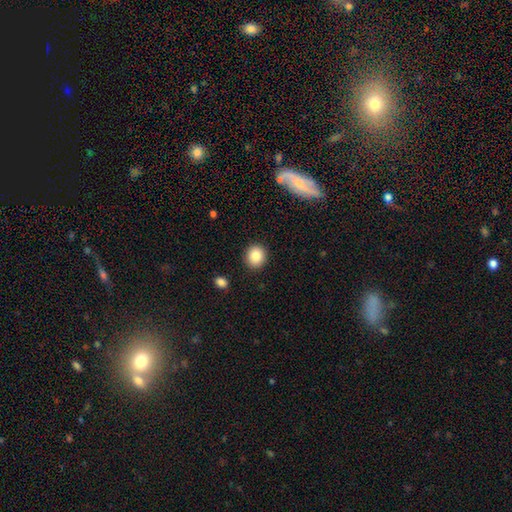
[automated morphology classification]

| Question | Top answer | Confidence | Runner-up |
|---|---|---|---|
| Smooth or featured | smooth | 86% | star or artifact (9%) |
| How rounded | round | 83% | in between (16%) |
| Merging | none | 90% | minor disturbance (6%) |